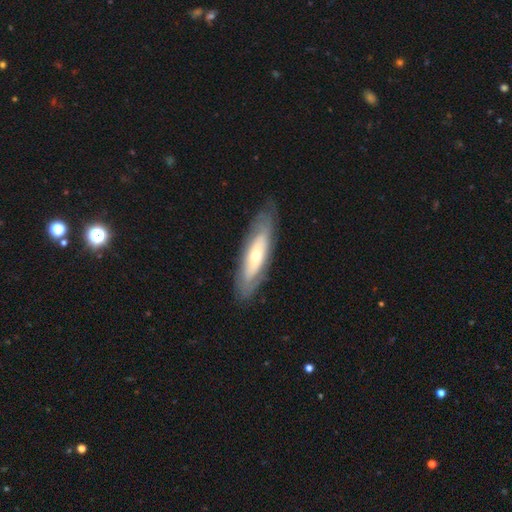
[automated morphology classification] The model was most divided on "edge-on disk": no: 56%, yes: 44%. More confident: merging — none (83%); smooth or featured — featured or disk (60%).